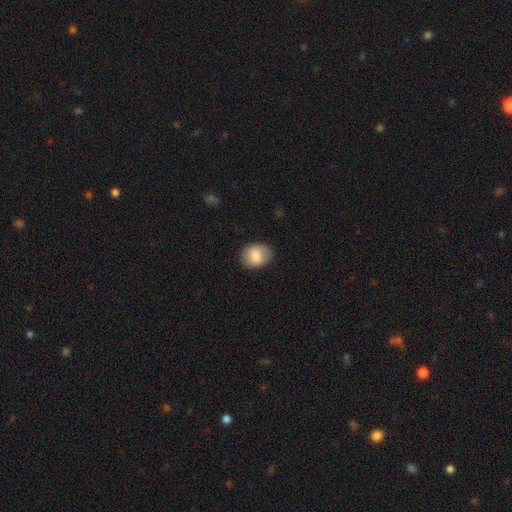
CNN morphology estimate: A smooth galaxy with no disk features (80%) that is in between round and cigar-shaped (64%). Merging: none (83%).